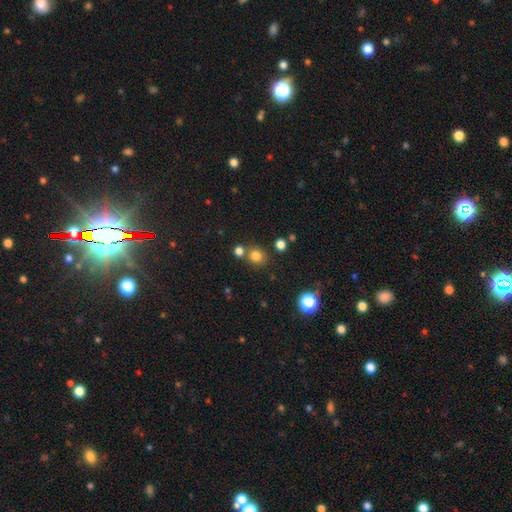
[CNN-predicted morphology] smooth 79%, star or artifact 15%, featured or disk 6%. Down the decision tree: how rounded — round (79%); merging — none (72%).